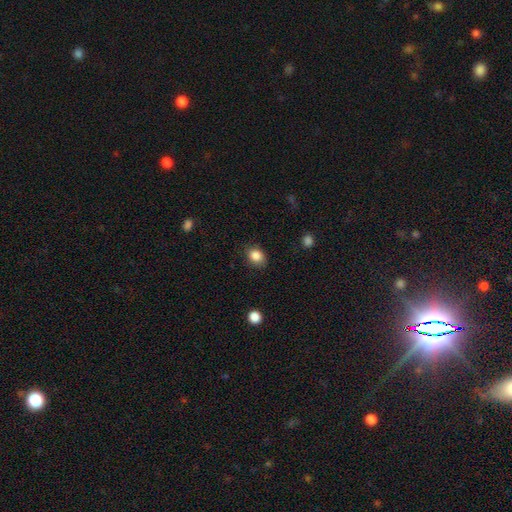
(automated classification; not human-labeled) Smooth or featured?
  - smooth: 86% *
  - star or artifact: 9%
  - featured or disk: 5%
How rounded?
  - in between: 52% *
  - round: 47%
  - cigar-shaped: 1%
Merging?
  - none: 82% *
  - minor disturbance: 13%
  - major disturbance: 3%
  - merger: 1%